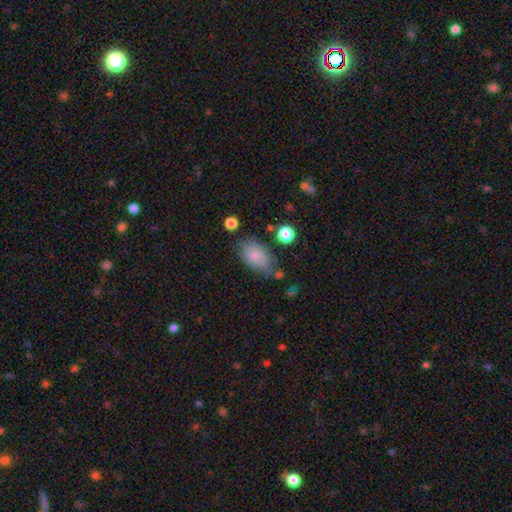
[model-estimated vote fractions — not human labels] Smooth or featured?
  - smooth: 77% *
  - featured or disk: 14%
  - star or artifact: 9%
How rounded?
  - in between: 88% *
  - round: 11%
  - cigar-shaped: 2%
Merging?
  - none: 49% *
  - minor disturbance: 32%
  - major disturbance: 12%
  - merger: 7%